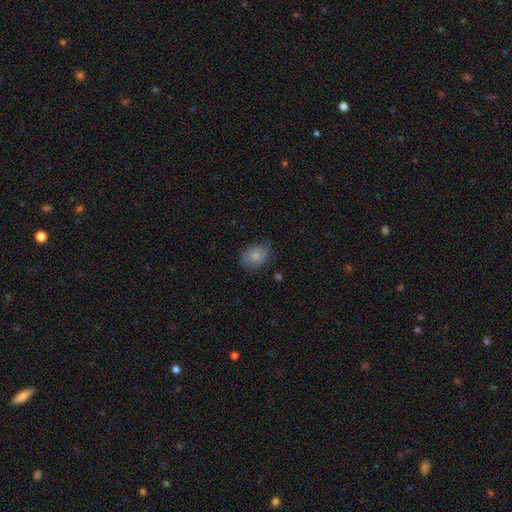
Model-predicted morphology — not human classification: A smooth galaxy with no disk features (81%) that is in between round and cigar-shaped (61%).

Vote fractions:
- Smooth or featured? smooth: 81% / featured or disk: 11% / star or artifact: 8%
- How rounded? in between: 61% / round: 38% / cigar-shaped: 1%
- Merging? none: 73% / minor disturbance: 21% / major disturbance: 5% / merger: 1%